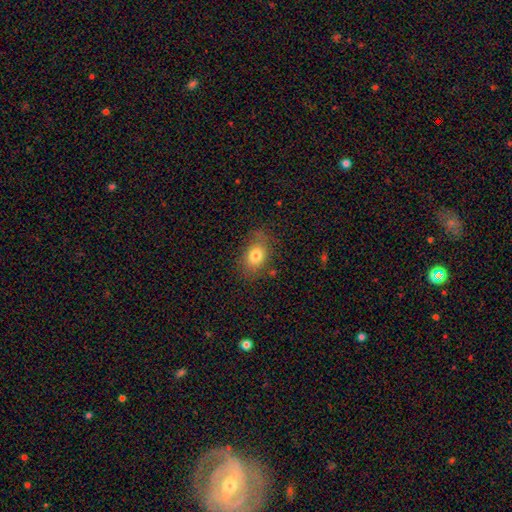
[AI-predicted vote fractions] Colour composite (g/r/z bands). It shows a smooth galaxy with no disk features (78%) that is in between round and cigar-shaped (73%). Merging: none (74%).